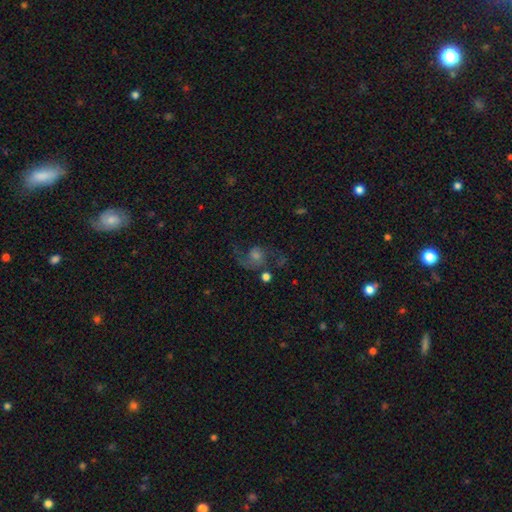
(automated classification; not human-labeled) Morphology: type=featured or disk (69%); edge-on=no (97%); bar=no (72%); spiral arms=yes (91%); winding=loose (55%); arm count=2 (72%); bulge=moderate (43%); merging=none (56%).